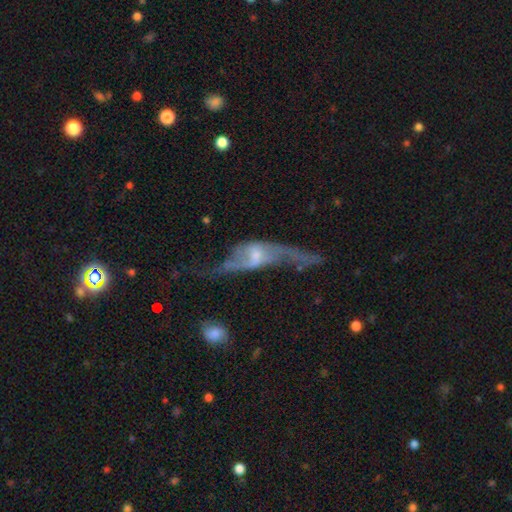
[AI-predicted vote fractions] Overall: featured or disk (78%). Edge-on disk: no (80%). Bar: weak (44%; no 41%). Spiral arms: yes (81%). Spiral arm count: 2 (86%). Spiral winding: loose (80%). Bulge size: small (45%; moderate 40%). Merging: major disturbance (35%, tied with none).